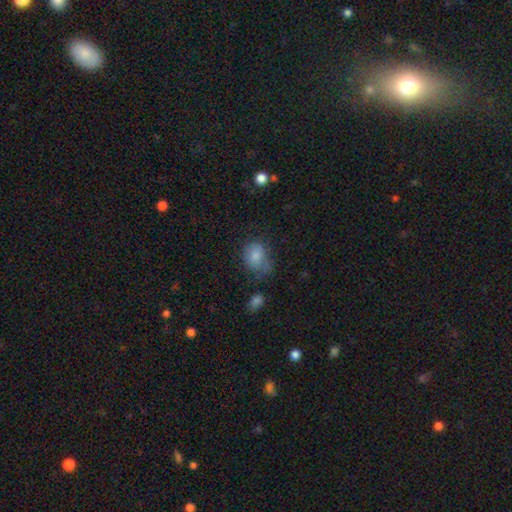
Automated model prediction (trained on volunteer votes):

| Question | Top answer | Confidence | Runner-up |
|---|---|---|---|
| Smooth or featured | smooth | 79% | featured or disk (11%) |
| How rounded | in between | 58% | round (41%) |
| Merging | none | 44% | minor disturbance (30%) |